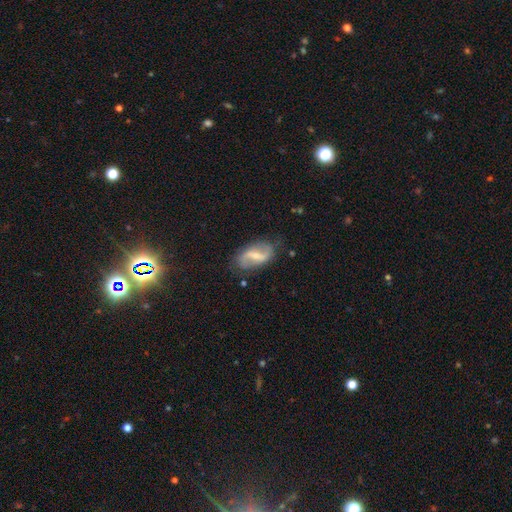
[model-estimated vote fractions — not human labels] This is likely a featured or disk galaxy (73%). It is clearly not viewed edge-on (96%). Bar: marginally weak (44%). Spiral arm pattern: clearly yes (86%). Spiral arm count: clearly 2 (89%). Spiral winding: likely loose (65%). Central bulge: possibly small (49%). Merging: likely none (73%).